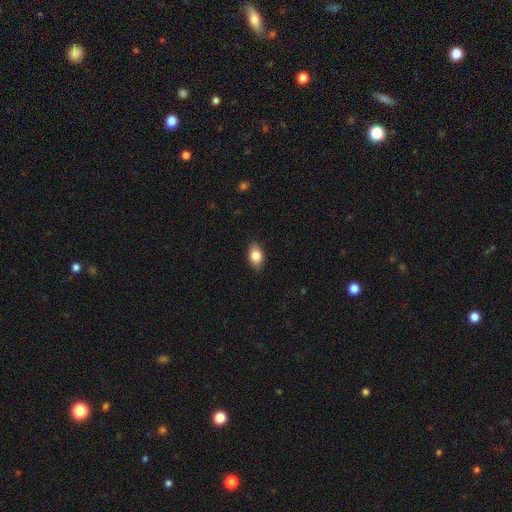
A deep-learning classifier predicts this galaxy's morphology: This is clearly a smooth galaxy (82%). How rounded: clearly in between (85%). Merging: clearly none (84%).